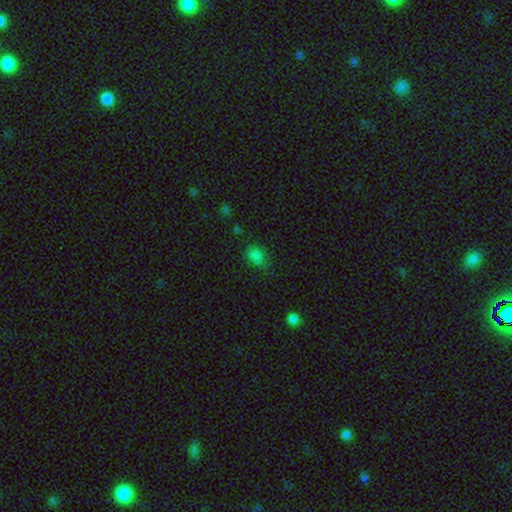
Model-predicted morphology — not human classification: This appears to be a smooth galaxy with no disk features (80%) that is in between round and cigar-shaped (64%). Merging: none (68%).